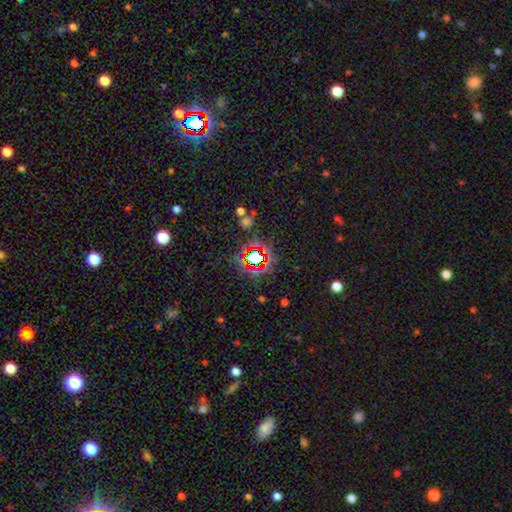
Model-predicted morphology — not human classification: star or artifact 70%, smooth 20%, featured or disk 11%.